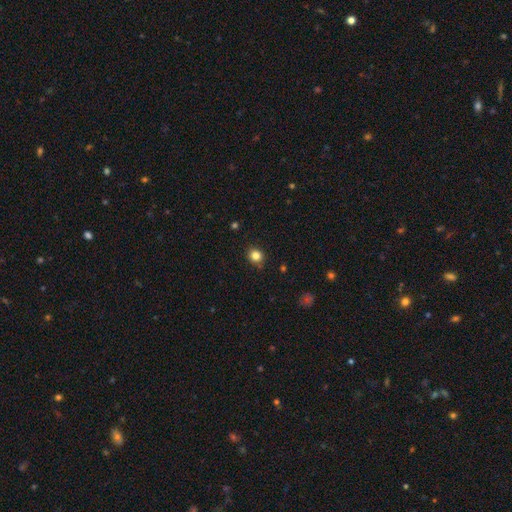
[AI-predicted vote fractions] Overall: smooth (83%). How rounded: round (78%). Merging: none (86%).